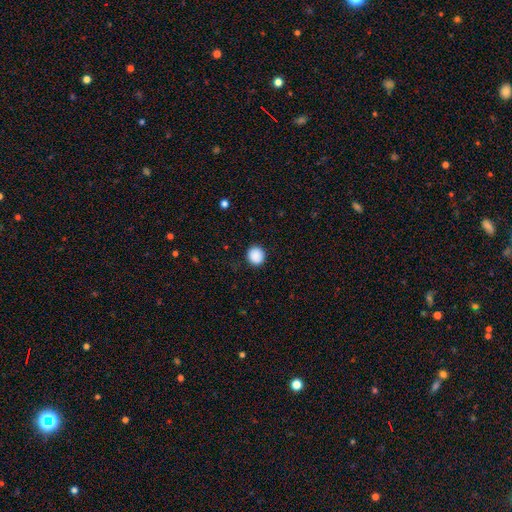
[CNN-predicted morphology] Smooth or featured? Predicted: smooth (p=0.89). How rounded? Predicted: round (p=0.86). Merging? Predicted: none (p=0.90).